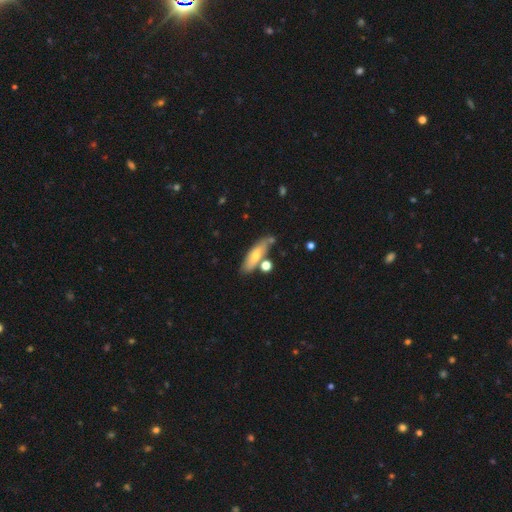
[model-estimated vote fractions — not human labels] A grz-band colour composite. It shows a smooth galaxy with no disk features (61%) that is cigar-shaped (56%). Merging: none (69%).